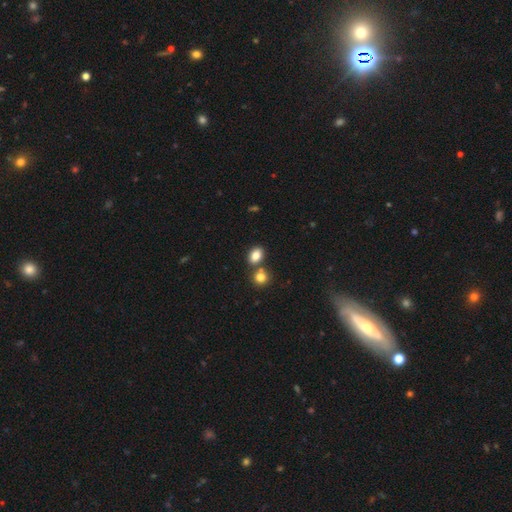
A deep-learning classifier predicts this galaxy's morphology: Smooth or featured: smooth — 83% (star or artifact — 10%)
How rounded: in between — 71% (round — 27%)
Merging: none — 61% (merger — 27%)